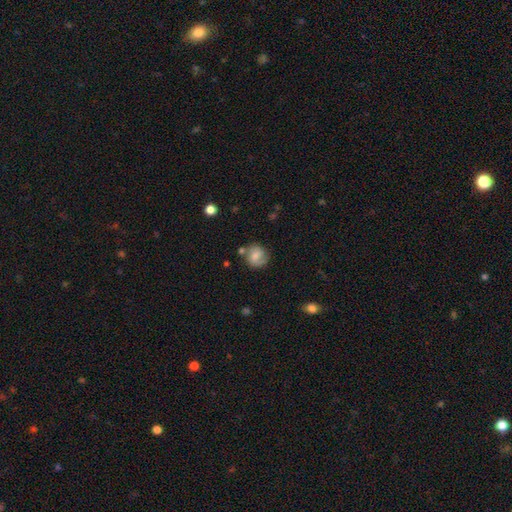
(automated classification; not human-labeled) Smooth or featured? smooth (54%)
How rounded? round (78%)
Merging? none (63%)